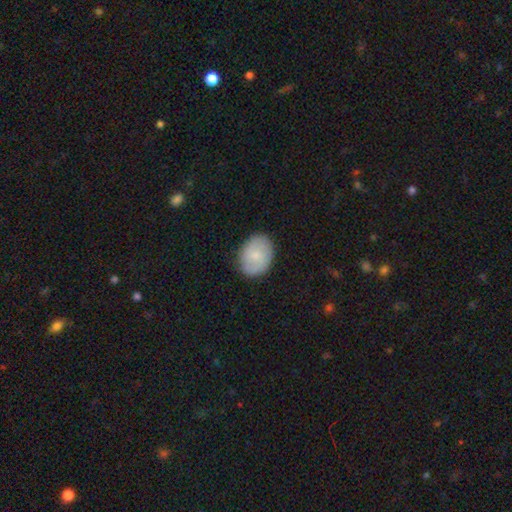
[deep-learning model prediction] The model was most divided on "how rounded": in between: 63%, round: 36%, cigar-shaped: 1%. More confident: merging — none (83%); smooth or featured — smooth (70%).